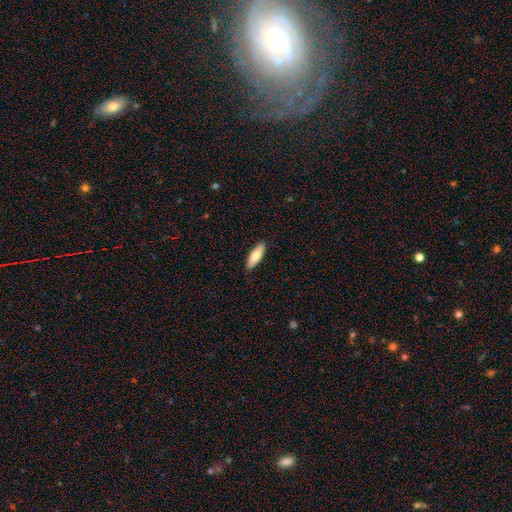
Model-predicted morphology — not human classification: type=smooth (74%); roundness=in between (55%); merging=none (88%).